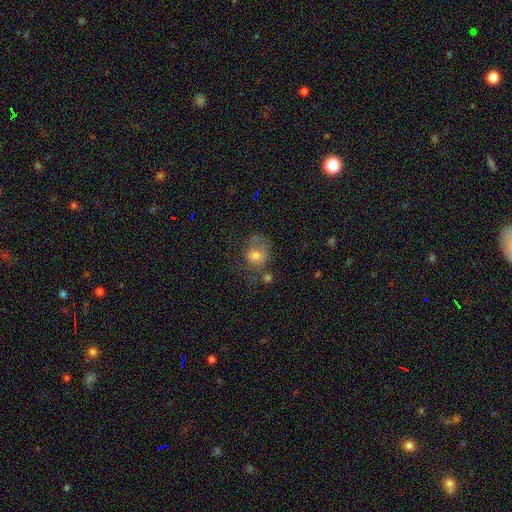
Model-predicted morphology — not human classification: type=smooth (59%); roundness=round (65%); merging=none (38%).